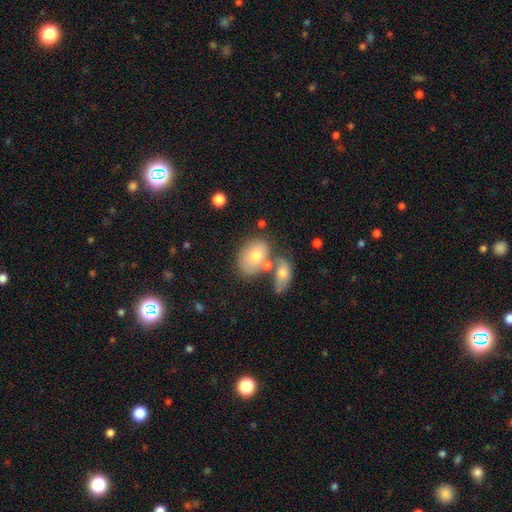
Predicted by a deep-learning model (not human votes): A smooth galaxy with no disk features (68%) that is in between round and cigar-shaped (79%).

Vote fractions:
- Smooth or featured? smooth: 68% / featured or disk: 23% / star or artifact: 8%
- How rounded? in between: 79% / round: 20% / cigar-shaped: 1%
- Merging? none: 40% / merger: 39% / minor disturbance: 14% / major disturbance: 6%